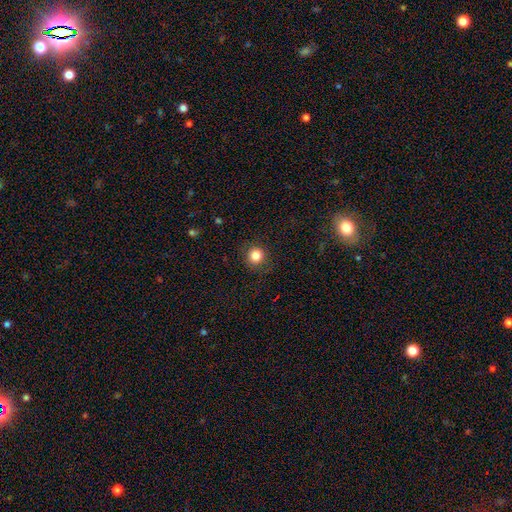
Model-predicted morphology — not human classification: Smooth or featured? smooth (84%)
How rounded? round (93%)
Merging? none (88%)